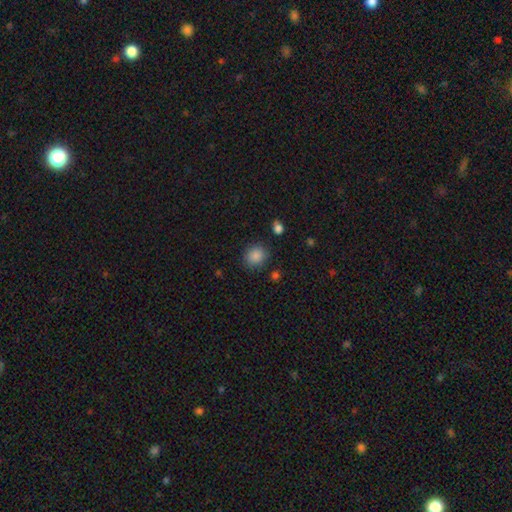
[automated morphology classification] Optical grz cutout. It shows a smooth galaxy with no disk features (87%) that is round (77%). Merging: none (85%).